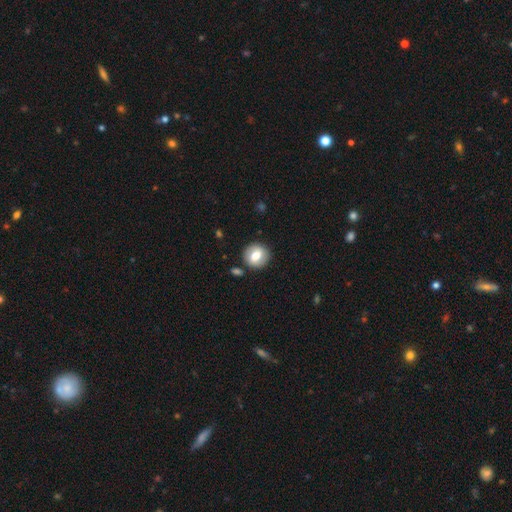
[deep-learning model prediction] Smooth or featured?
  - smooth: 69% *
  - featured or disk: 24%
  - star or artifact: 7%
How rounded?
  - round: 86% *
  - in between: 13%
  - cigar-shaped: 1%
Merging?
  - none: 85% *
  - minor disturbance: 9%
  - merger: 4%
  - major disturbance: 3%